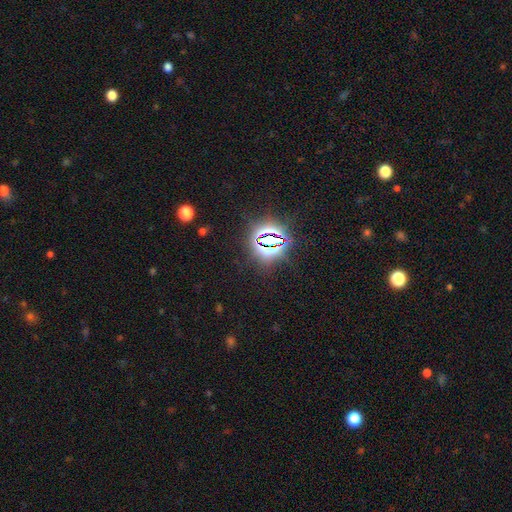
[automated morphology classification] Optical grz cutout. It shows a star or artifact, not a galaxy (81%).